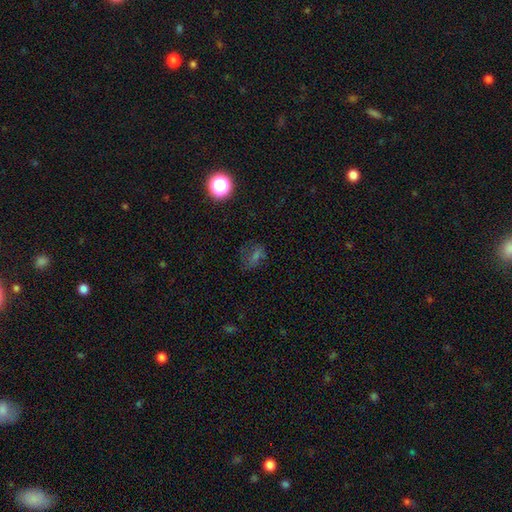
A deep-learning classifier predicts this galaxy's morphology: This appears to be a smooth galaxy with no disk features (44%). Merging: none (64%).